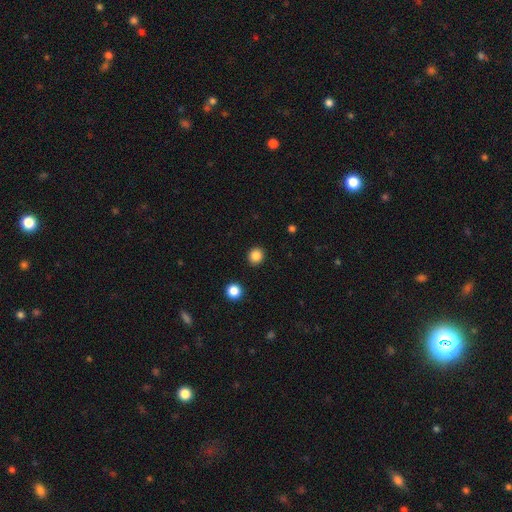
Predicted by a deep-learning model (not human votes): Overall: smooth (85%). How rounded: round (84%). Merging: none (91%).